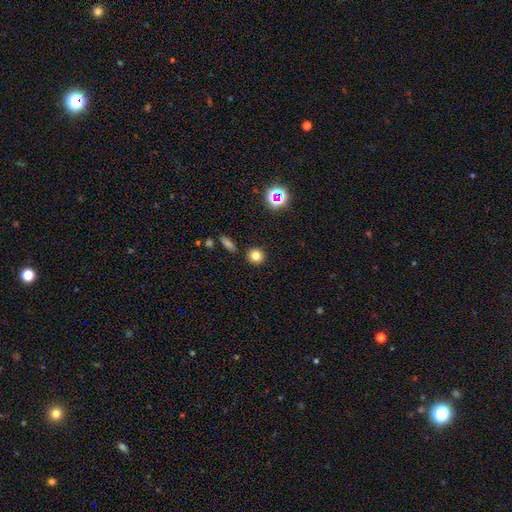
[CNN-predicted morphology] Smooth or featured: smooth — 78% (star or artifact — 15%)
How rounded: round — 88% (in between — 10%)
Merging: none — 89% (minor disturbance — 6%)